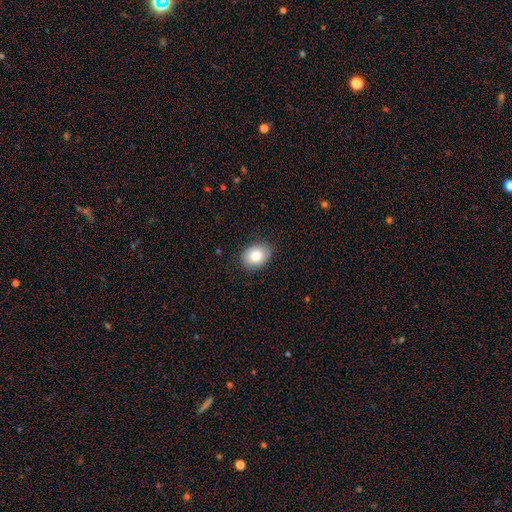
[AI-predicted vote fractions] Morphology: type=smooth (82%); roundness=in between (63%); merging=none (83%).